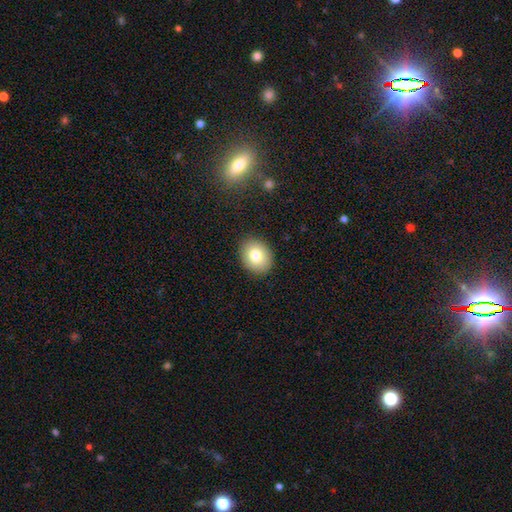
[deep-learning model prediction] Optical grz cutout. It shows a smooth galaxy with no disk features (79%) that is round (52%). Merging: none (89%).